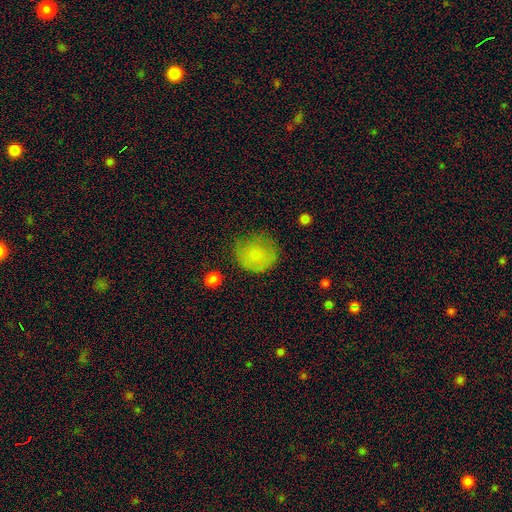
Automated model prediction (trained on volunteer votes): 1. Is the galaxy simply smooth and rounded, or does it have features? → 76% smooth, 15% featured or disk, 9% star or artifact.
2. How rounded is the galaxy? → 84% round, 15% in between, 1% cigar-shaped.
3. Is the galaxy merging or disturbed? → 63% none, 25% minor disturbance, 10% major disturbance, 2% merger.